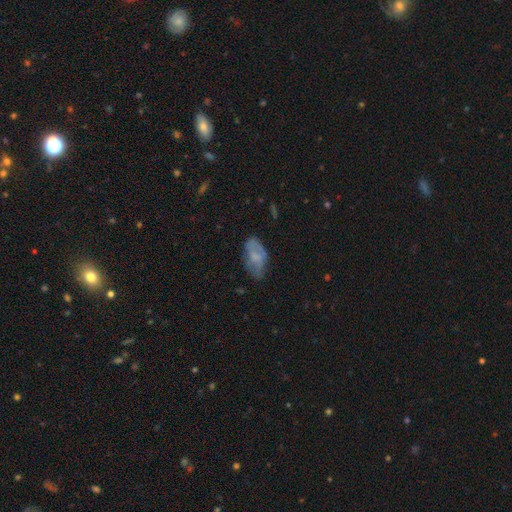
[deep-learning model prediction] This is possibly a smooth galaxy (59%). How rounded: clearly in between (92%). Merging: possibly none (53%).